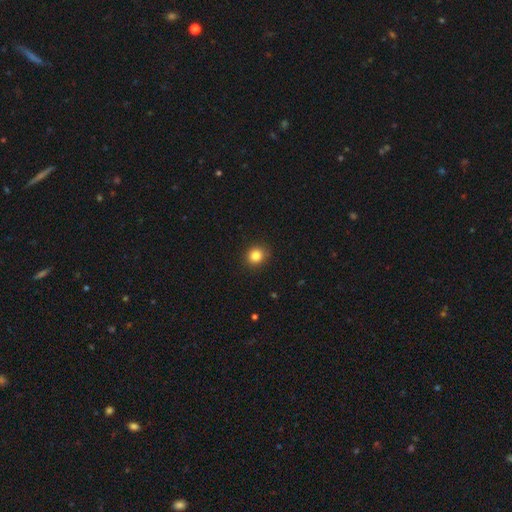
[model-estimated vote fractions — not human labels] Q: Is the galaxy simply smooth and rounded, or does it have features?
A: smooth — 84%.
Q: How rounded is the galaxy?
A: round — 82%.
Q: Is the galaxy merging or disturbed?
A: none — 89%.